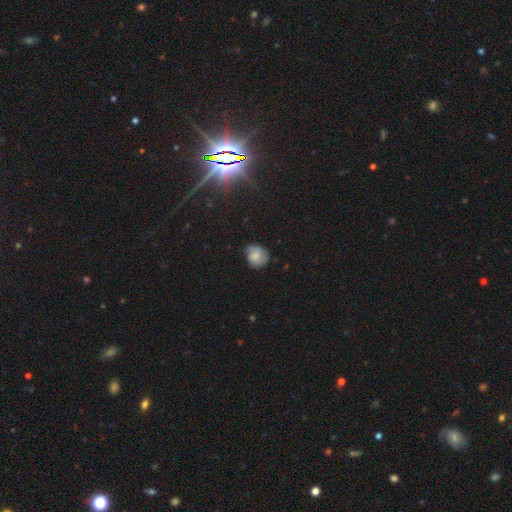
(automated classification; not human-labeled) This appears to be a smooth galaxy with no disk features (66%) that is round (72%). Merging: none (66%).